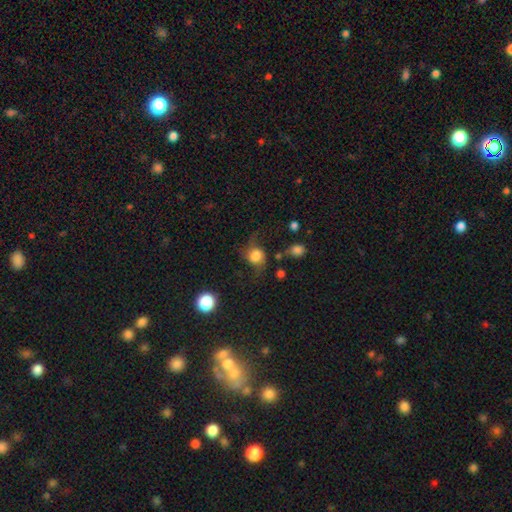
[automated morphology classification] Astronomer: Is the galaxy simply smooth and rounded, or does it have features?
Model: smooth — 53% (runner-up: featured or disk, 35%).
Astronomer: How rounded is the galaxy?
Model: round — 74%.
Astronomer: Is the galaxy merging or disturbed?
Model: none — 55%.